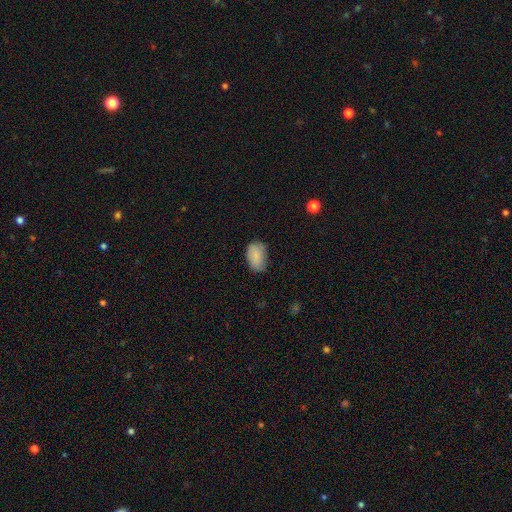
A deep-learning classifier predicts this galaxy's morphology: Smooth or featured?
  - smooth: 85% *
  - star or artifact: 7%
  - featured or disk: 7%
How rounded?
  - in between: 87% *
  - round: 12%
  - cigar-shaped: 1%
Merging?
  - none: 66% *
  - minor disturbance: 28%
  - major disturbance: 5%
  - merger: 1%